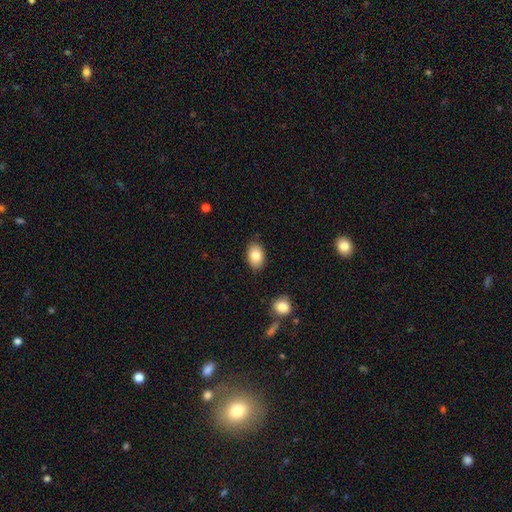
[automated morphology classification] smooth 83%, featured or disk 9%, star or artifact 8%. Down the decision tree: how rounded — in between (83%); merging — none (85%).